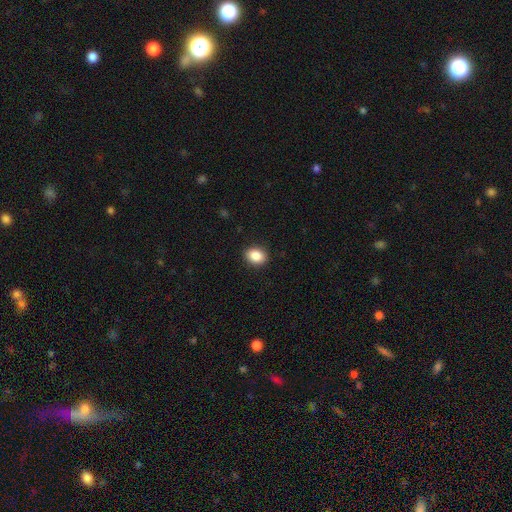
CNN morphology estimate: The model was most divided on "how rounded": in between: 63%, round: 36%, cigar-shaped: 1%. More confident: merging — none (90%); smooth or featured — smooth (87%).